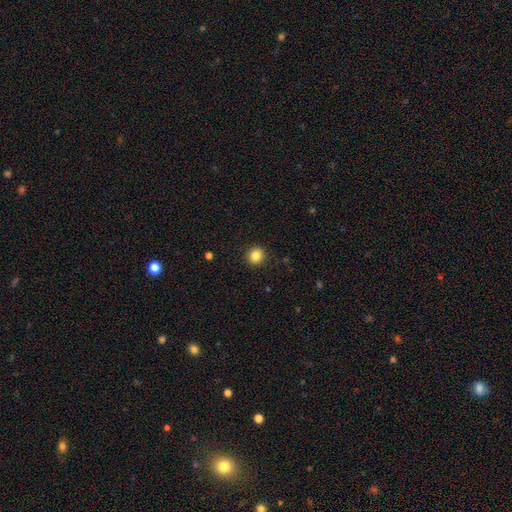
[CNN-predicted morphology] smooth 84%, star or artifact 11%, featured or disk 5%. Down the decision tree: how rounded — round (90%); merging — none (92%).